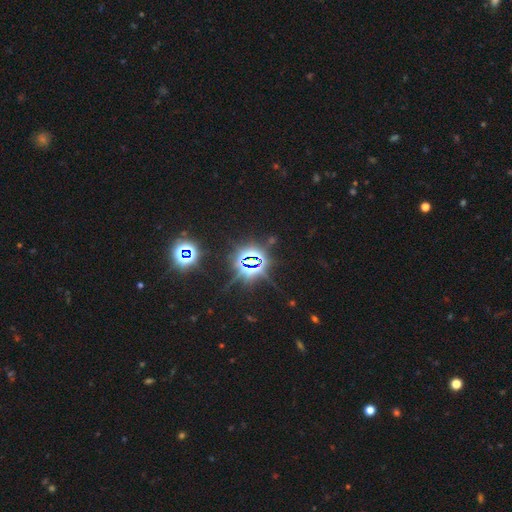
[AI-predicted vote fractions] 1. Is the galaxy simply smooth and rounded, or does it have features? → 84% star or artifact, 9% smooth, 7% featured or disk.